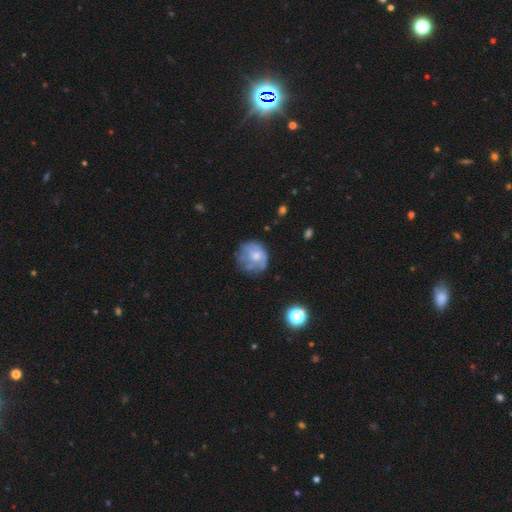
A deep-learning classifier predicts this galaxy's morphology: This appears to be a smooth galaxy with no disk features (52%) that is round (71%). Merging: none (50%).